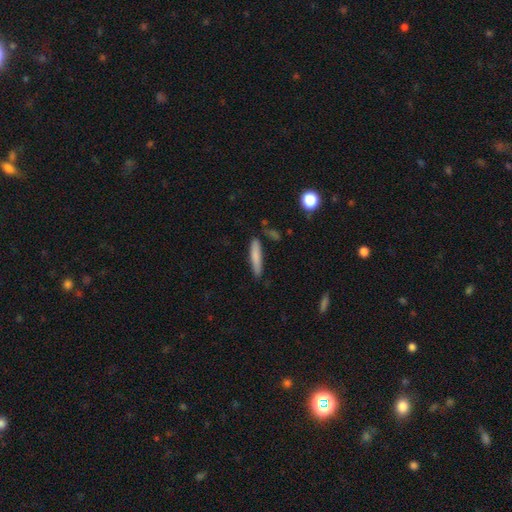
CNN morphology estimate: smooth-or-featured: smooth: 79% | featured or disk: 15% | star or artifact: 6%
  how-rounded: cigar-shaped: 89% | in between: 10% | round: 1%
  merging: none: 82% | minor disturbance: 13% | merger: 3% | major disturbance: 2%